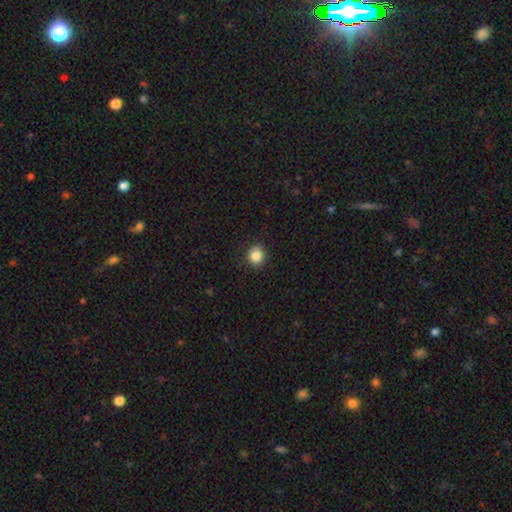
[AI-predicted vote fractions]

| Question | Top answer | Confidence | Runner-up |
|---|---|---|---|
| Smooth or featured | smooth | 86% | star or artifact (10%) |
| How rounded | round | 87% | in between (12%) |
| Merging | none | 88% | minor disturbance (8%) |